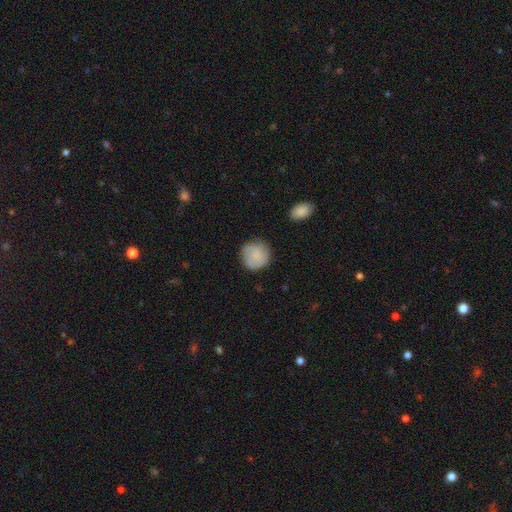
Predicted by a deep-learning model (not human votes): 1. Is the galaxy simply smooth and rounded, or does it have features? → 76% smooth, 17% featured or disk, 7% star or artifact.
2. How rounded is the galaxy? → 91% round, 8% in between, 1% cigar-shaped.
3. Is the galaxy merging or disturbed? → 76% none, 18% minor disturbance, 4% major disturbance, 2% merger.